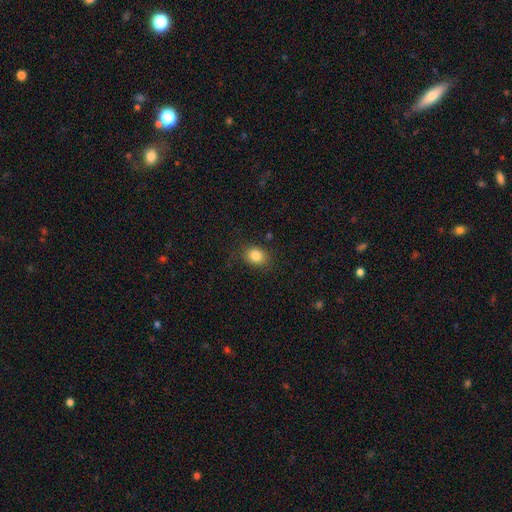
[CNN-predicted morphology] A smooth galaxy with no disk features (83%) that is round (50%). Merging: none (81%).